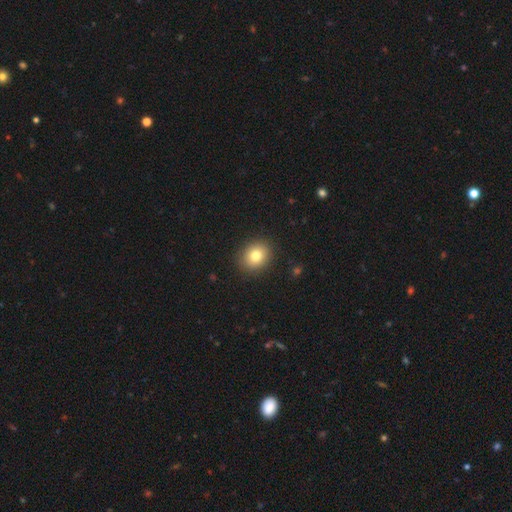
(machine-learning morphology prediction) Smooth or featured? smooth (79%)
How rounded? round (64%)
Merging? none (90%)